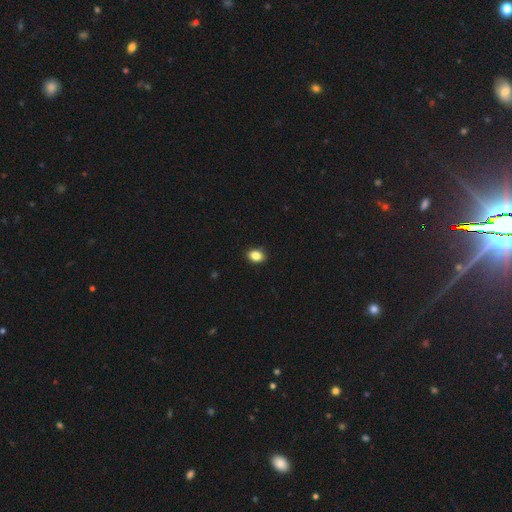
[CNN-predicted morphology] smooth-or-featured: smooth: 86% | star or artifact: 10% | featured or disk: 5%
  how-rounded: in between: 69% | round: 30% | cigar-shaped: 1%
  merging: none: 89% | minor disturbance: 9% | major disturbance: 2% | merger: 1%